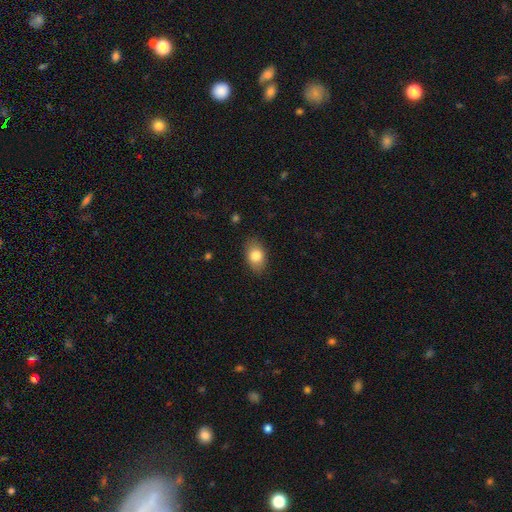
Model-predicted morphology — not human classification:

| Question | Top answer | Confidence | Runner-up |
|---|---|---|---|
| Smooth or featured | smooth | 81% | featured or disk (11%) |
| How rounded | in between | 85% | round (13%) |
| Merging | none | 85% | minor disturbance (11%) |